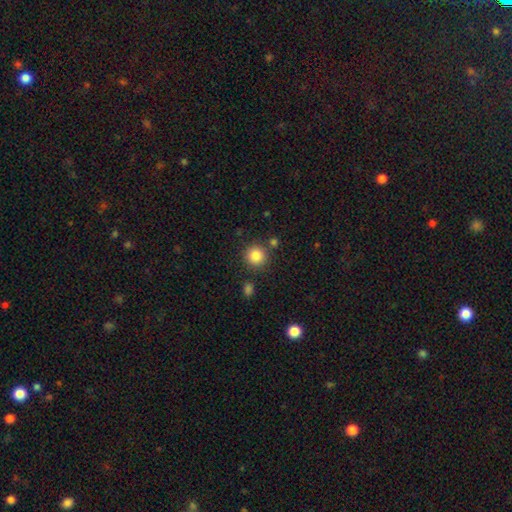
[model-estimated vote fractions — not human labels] Smooth or featured?
  - smooth: 84% *
  - star or artifact: 10%
  - featured or disk: 5%
How rounded?
  - round: 93% *
  - in between: 6%
  - cigar-shaped: 1%
Merging?
  - none: 83% *
  - minor disturbance: 8%
  - merger: 7%
  - major disturbance: 3%